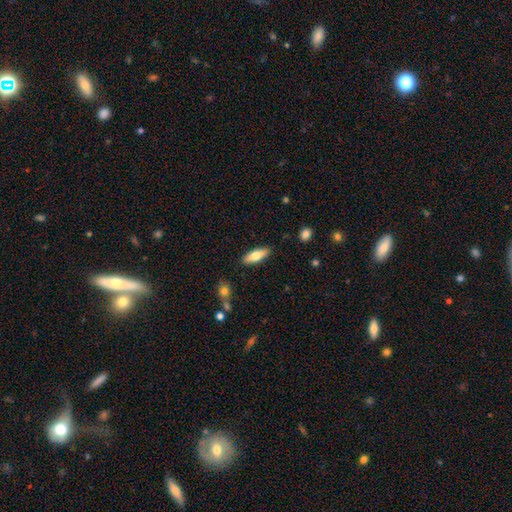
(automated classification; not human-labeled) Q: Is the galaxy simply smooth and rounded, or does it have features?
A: smooth — 70%.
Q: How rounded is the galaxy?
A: in between — 58%.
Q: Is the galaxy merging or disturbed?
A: none — 87%.